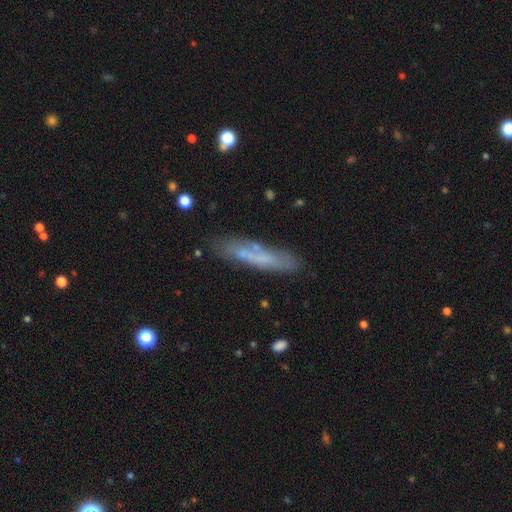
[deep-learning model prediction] Smooth or featured: smooth — 54% (featured or disk — 37%)
How rounded: cigar-shaped — 87% (in between — 12%)
Merging: none — 75% (minor disturbance — 17%)